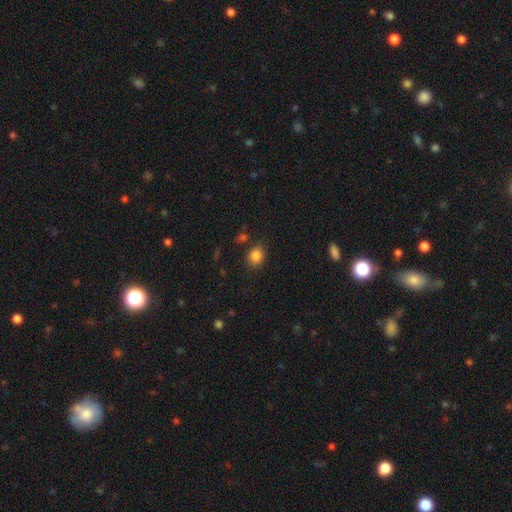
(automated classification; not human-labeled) The model was most divided on "how rounded": round: 58%, in between: 41%, cigar-shaped: 1%. More confident: smooth or featured — smooth (84%); merging — none (79%).